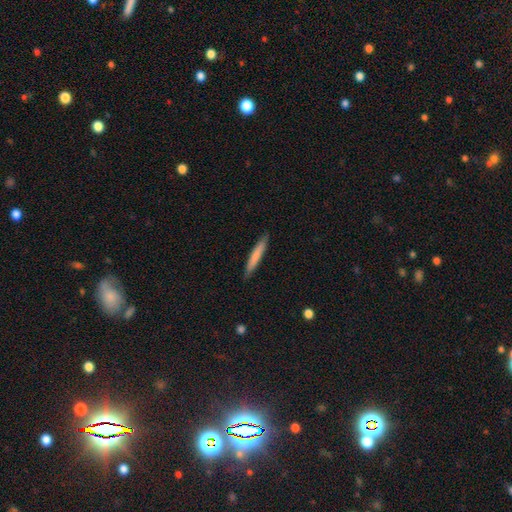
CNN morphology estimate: type=smooth (73%); roundness=cigar-shaped (95%); merging=none (88%).